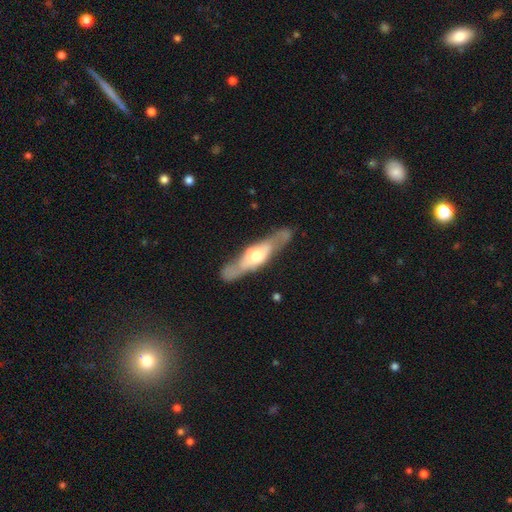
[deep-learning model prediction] Smooth or featured? featured or disk (67%)
Edge-on disk? yes (78%)
Edge-on bulge? rounded (79%)
Merging? none (75%)